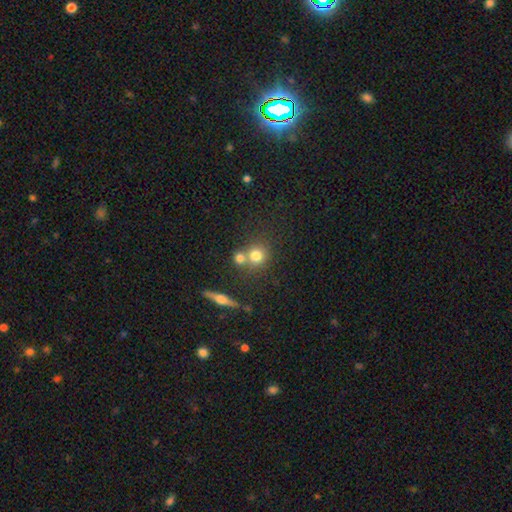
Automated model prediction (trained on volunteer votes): Smooth or featured?
  - smooth: 74% *
  - featured or disk: 14%
  - star or artifact: 12%
How rounded?
  - round: 88% *
  - in between: 10%
  - cigar-shaped: 2%
Merging?
  - none: 51% *
  - merger: 38%
  - minor disturbance: 7%
  - major disturbance: 3%